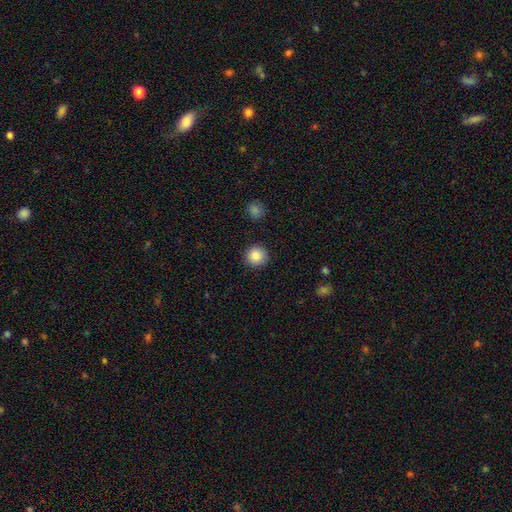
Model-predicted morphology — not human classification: smooth_or_featured: smooth (p=0.87) [alt: star or artifact p=0.09]
how_rounded: round (p=0.95) [alt: in between p=0.05]
merging: none (p=0.92) [alt: minor disturbance p=0.05]